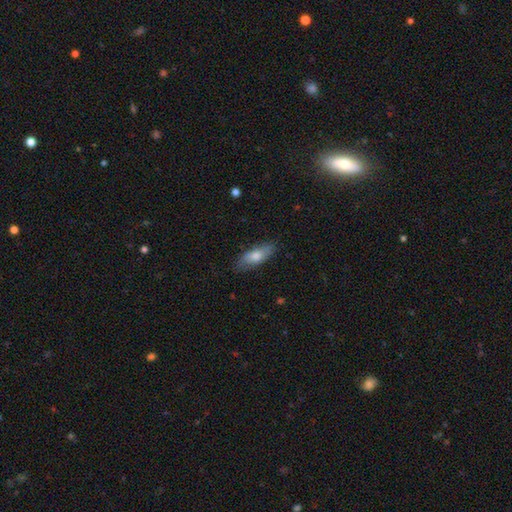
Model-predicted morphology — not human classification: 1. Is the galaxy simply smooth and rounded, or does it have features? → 68% smooth, 26% featured or disk, 7% star or artifact.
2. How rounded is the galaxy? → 66% in between, 31% cigar-shaped, 3% round.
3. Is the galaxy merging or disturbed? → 83% none, 14% minor disturbance, 3% major disturbance, 1% merger.